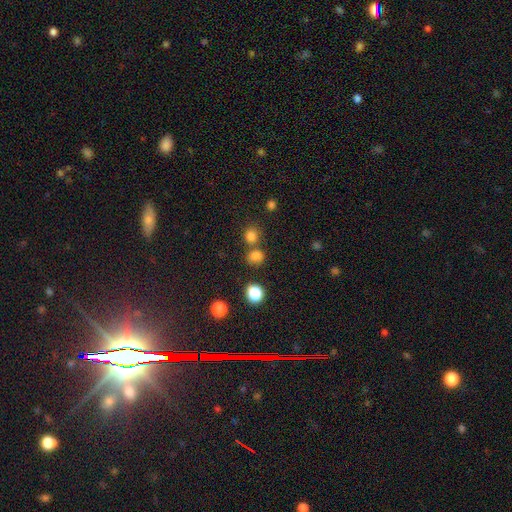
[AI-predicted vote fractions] This is likely a smooth galaxy (78%). How rounded: likely round (72%). Merging: likely none (64%).